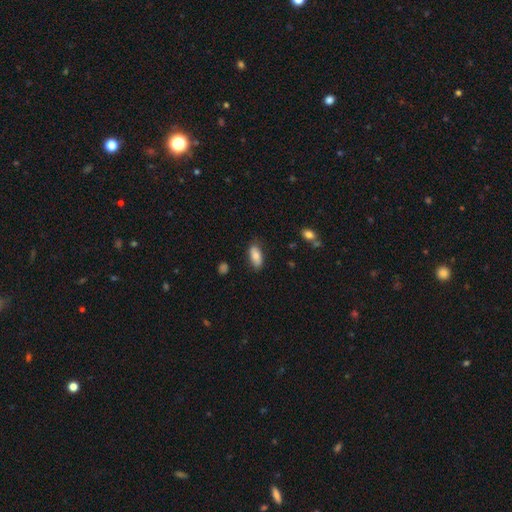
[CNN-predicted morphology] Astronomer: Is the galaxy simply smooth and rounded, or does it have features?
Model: smooth — 79%.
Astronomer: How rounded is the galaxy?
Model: in between — 87%.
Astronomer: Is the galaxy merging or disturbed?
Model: none — 80%.